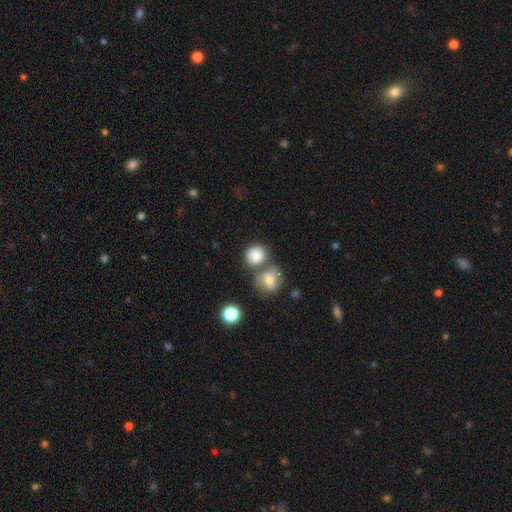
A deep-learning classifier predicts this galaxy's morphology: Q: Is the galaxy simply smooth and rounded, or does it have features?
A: smooth — 83%.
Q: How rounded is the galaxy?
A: round — 80%.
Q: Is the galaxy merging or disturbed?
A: none — 48%.